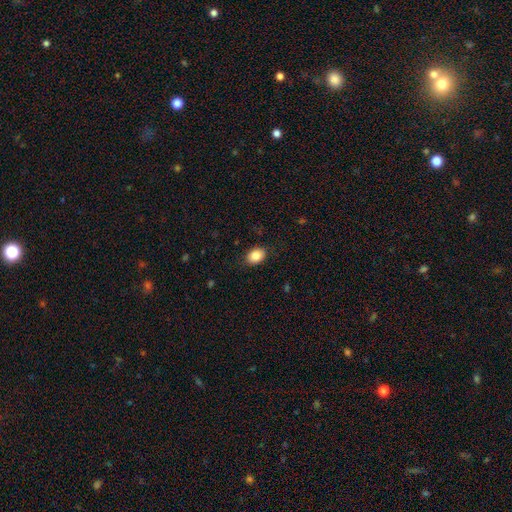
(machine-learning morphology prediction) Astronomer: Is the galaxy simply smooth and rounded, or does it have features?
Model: smooth — 85%.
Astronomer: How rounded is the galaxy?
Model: in between — 72%.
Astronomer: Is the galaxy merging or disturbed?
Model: none — 86%.